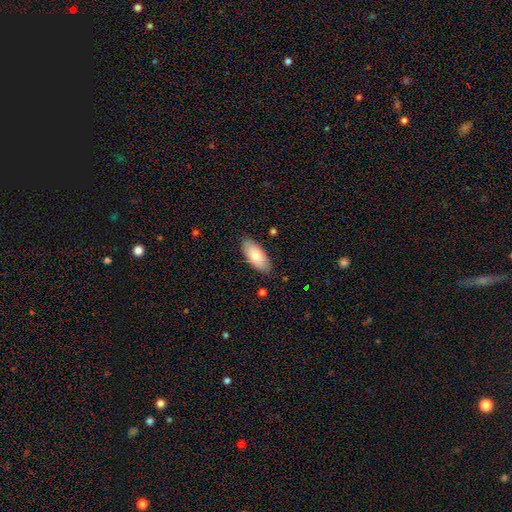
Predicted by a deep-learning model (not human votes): The model was most divided on "smooth or featured": smooth: 82%, featured or disk: 12%, star or artifact: 6%. More confident: how rounded — in between (91%); merging — none (85%).